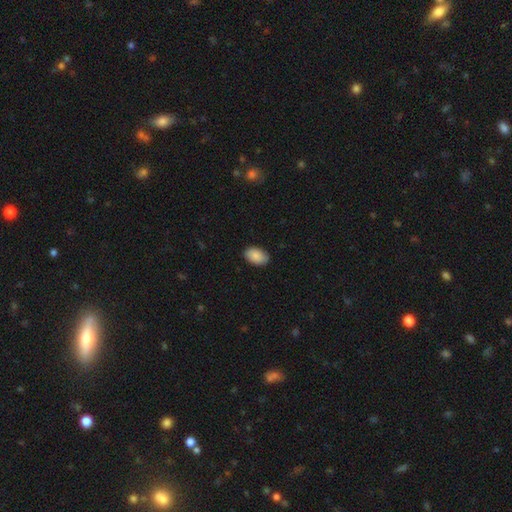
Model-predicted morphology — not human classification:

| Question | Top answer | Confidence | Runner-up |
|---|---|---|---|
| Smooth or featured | smooth | 89% | star or artifact (6%) |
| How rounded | in between | 93% | round (6%) |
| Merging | none | 86% | minor disturbance (11%) |